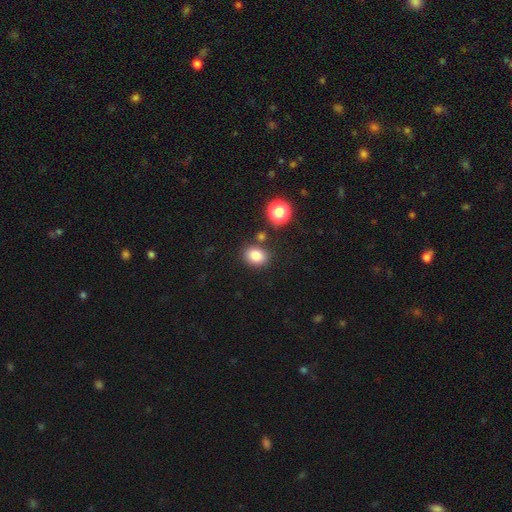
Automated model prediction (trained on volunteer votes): Smooth or featured: smooth — 82% (star or artifact — 12%)
How rounded: in between — 57% (round — 42%)
Merging: none — 79% (minor disturbance — 11%)